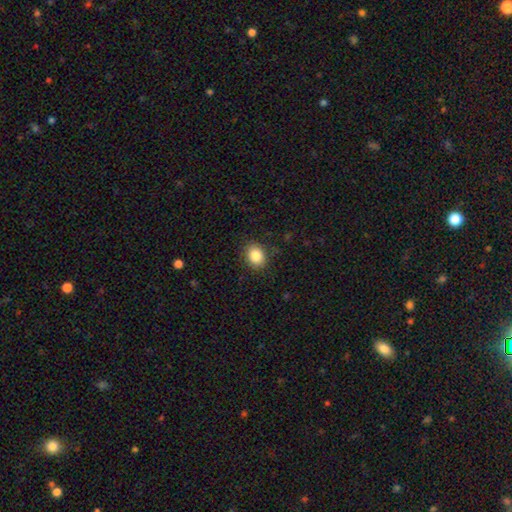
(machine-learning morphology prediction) The model was most divided on "how rounded": in between: 52%, round: 47%, cigar-shaped: 1%. More confident: merging — none (86%); smooth or featured — smooth (85%).